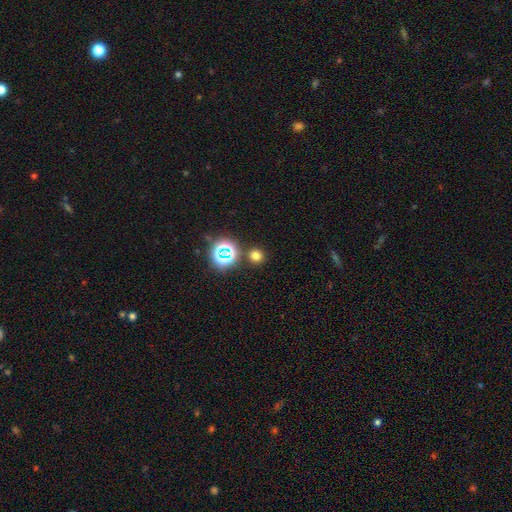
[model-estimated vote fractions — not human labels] Overall: smooth (69%). How rounded: round (92%). Merging: none (85%).